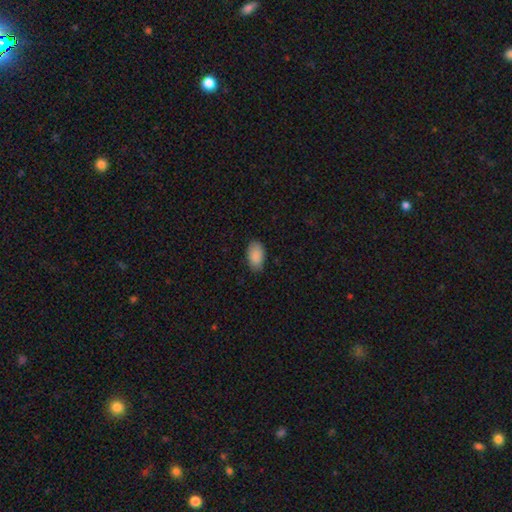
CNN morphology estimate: type=smooth (90%); roundness=in between (94%); merging=none (85%).